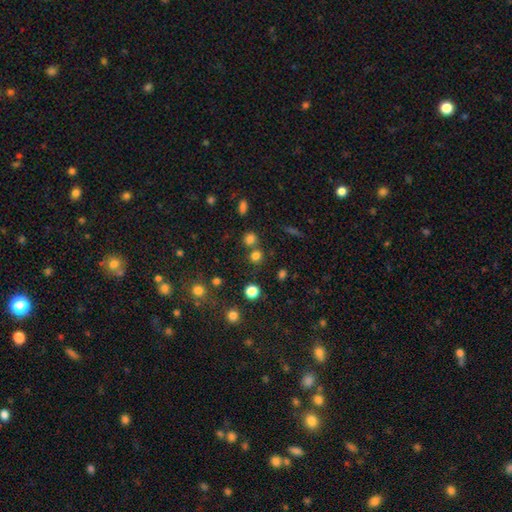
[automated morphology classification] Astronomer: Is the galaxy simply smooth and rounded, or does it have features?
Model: smooth — 74%.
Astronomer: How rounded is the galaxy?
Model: round — 86%.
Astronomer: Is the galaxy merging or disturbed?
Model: none — 67%.